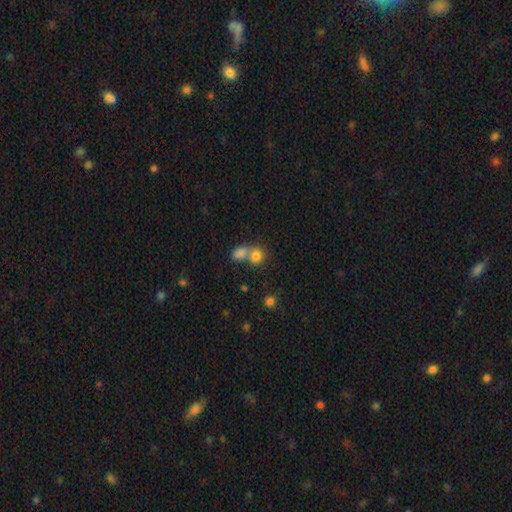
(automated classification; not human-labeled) Smooth or featured: smooth — 79% (star or artifact — 12%)
How rounded: round — 73% (in between — 26%)
Merging: merger — 57% (none — 33%)